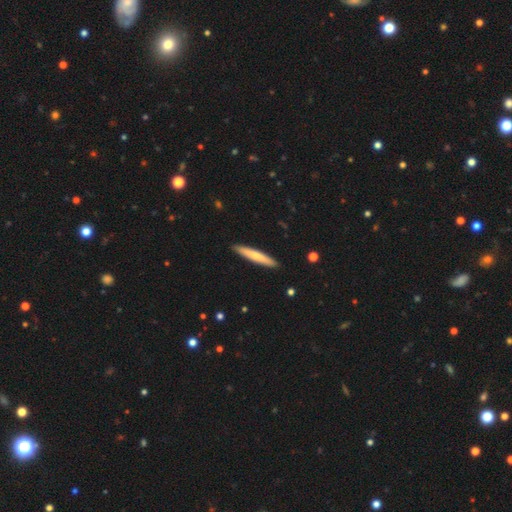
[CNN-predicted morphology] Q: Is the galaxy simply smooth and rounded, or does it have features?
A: smooth — 64%.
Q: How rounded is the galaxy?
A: cigar-shaped — 94%.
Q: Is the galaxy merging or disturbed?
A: none — 91%.